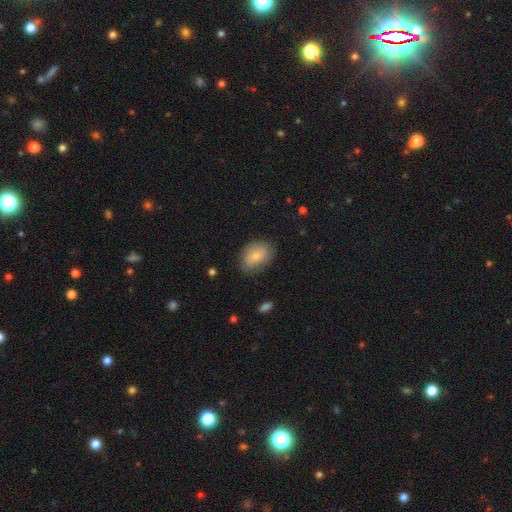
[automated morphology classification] smooth 76%, featured or disk 17%, star or artifact 7%. Down the decision tree: how rounded — in between (80%); merging — none (76%).